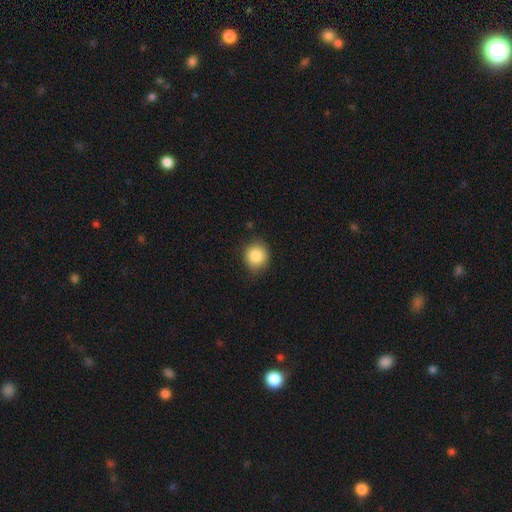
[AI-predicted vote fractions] This appears to be a smooth galaxy with no disk features (85%) that is round (84%). Merging: none (79%).